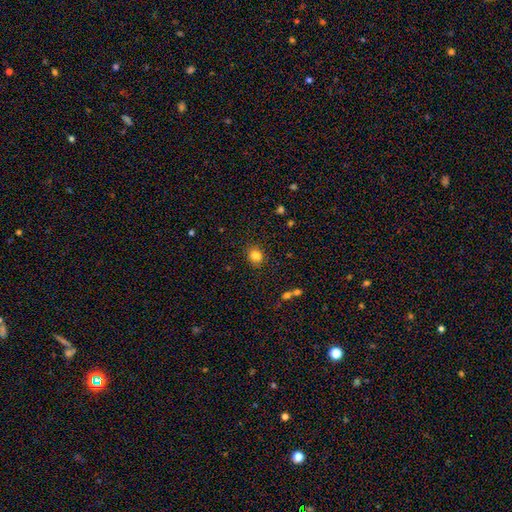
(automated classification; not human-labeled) smooth 83%, star or artifact 12%, featured or disk 5%. Down the decision tree: how rounded — round (58%); merging — none (79%).